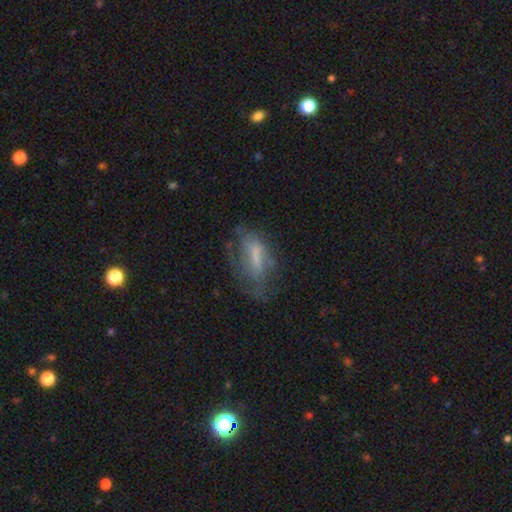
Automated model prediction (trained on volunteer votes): smooth-or-featured: featured or disk: 51% | smooth: 38% | star or artifact: 11%
  disk-edge-on: no: 88% | yes: 12%
  merging: none: 42% | major disturbance: 29% | minor disturbance: 26% | merger: 3%